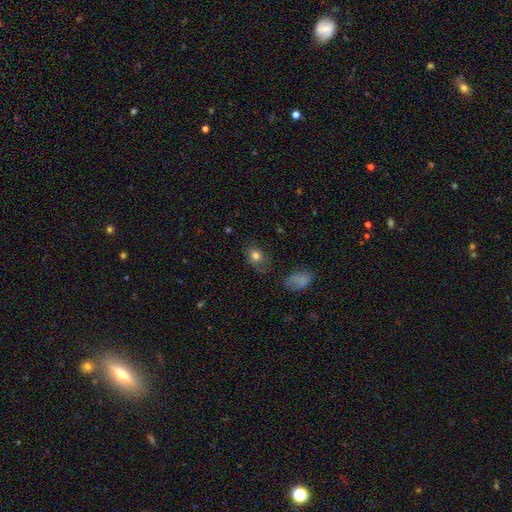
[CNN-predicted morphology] Q: Smooth or featured?
A: smooth (78%); runner-up: star or artifact (11%)
Q: How rounded?
A: in between (65%); runner-up: round (33%)
Q: Merging?
A: none (68%); runner-up: minor disturbance (22%)